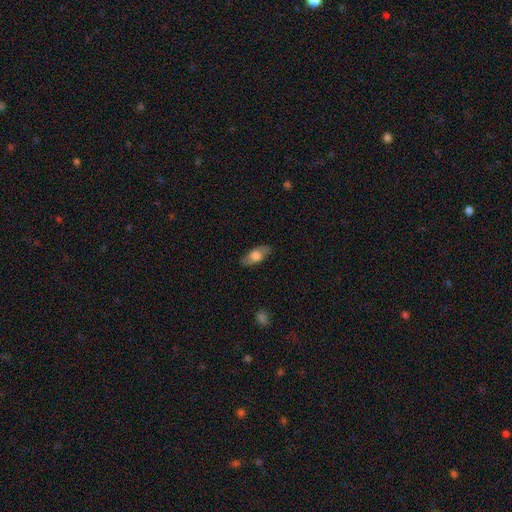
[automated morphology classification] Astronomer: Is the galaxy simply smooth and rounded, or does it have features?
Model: smooth — 63%.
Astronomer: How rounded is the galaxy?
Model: in between — 83%.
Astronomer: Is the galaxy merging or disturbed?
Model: none — 83%.